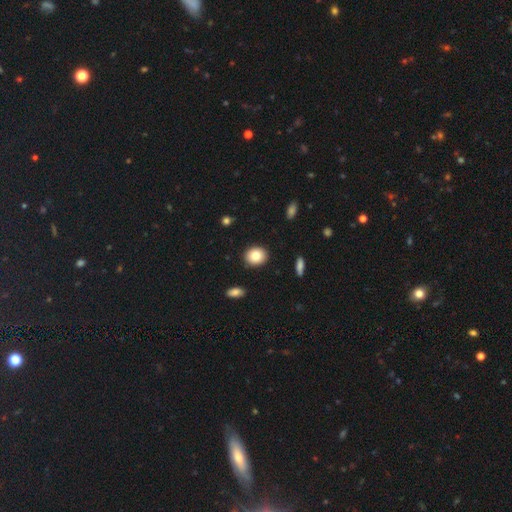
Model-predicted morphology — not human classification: A smooth galaxy with no disk features (81%) that is round (63%).

Vote fractions:
- Smooth or featured? smooth: 81% / featured or disk: 11% / star or artifact: 8%
- How rounded? round: 63% / in between: 36% / cigar-shaped: 1%
- Merging? none: 90% / minor disturbance: 7% / major disturbance: 2% / merger: 1%